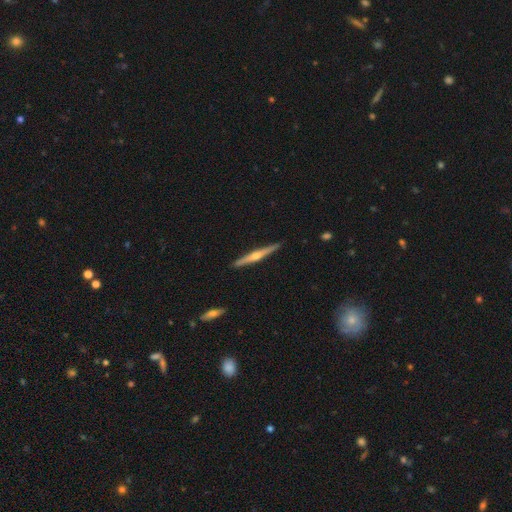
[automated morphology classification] This is likely a featured or disk galaxy (75%). It is clearly viewed edge-on (98%). Edge-on bulge: clearly rounded (87%). Merging: clearly none (91%).